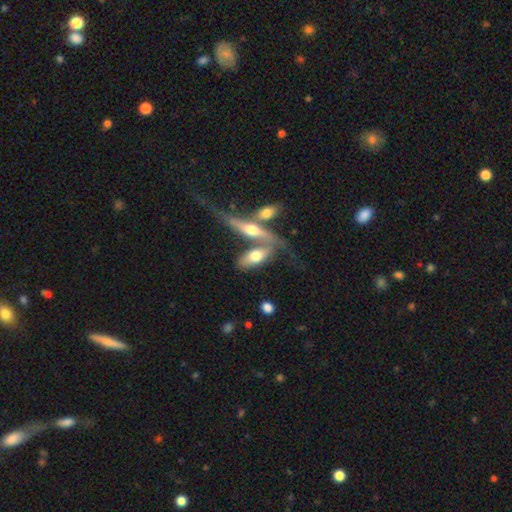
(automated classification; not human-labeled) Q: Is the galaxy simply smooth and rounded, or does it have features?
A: smooth — 50%.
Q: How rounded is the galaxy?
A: in between — 73%.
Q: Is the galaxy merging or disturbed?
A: merger — 53%.